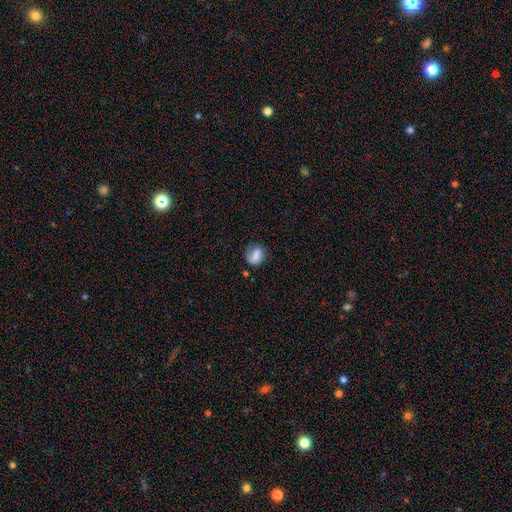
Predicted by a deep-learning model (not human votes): A smooth galaxy with no disk features (71%) that is round (53%).

Vote fractions:
- Smooth or featured? smooth: 71% / featured or disk: 21% / star or artifact: 9%
- How rounded? round: 53% / in between: 45% / cigar-shaped: 2%
- Merging? none: 60% / minor disturbance: 26% / major disturbance: 12% / merger: 3%